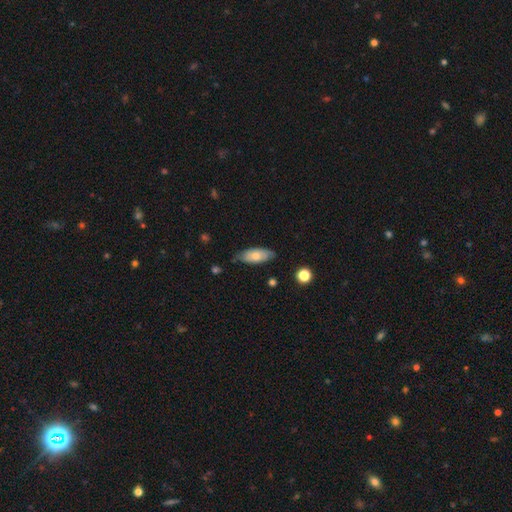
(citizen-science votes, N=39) smooth_or_featured: smooth (p=0.69) [alt: featured or disk p=0.21]
how_rounded: in between (p=0.89) [alt: cigar-shaped p=0.11]
merging: none (p=0.83) [alt: minor disturbance p=0.14]